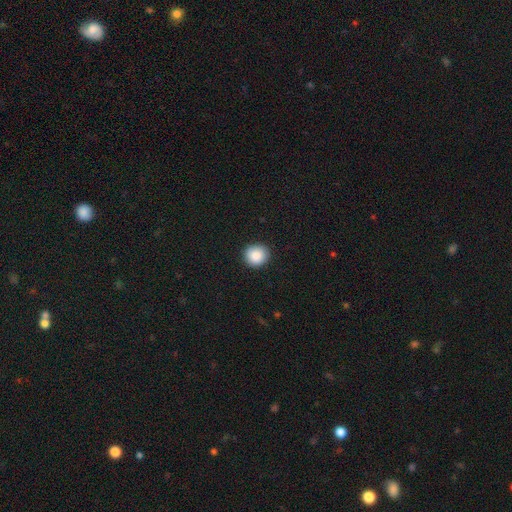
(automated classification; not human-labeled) smooth 87%, star or artifact 8%, featured or disk 4%. Down the decision tree: how rounded — round (89%); merging — none (90%).